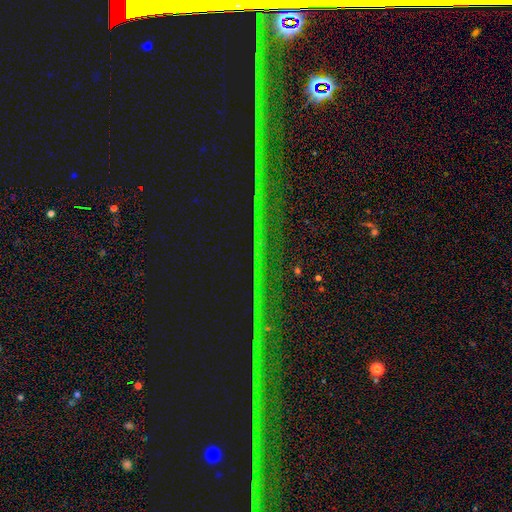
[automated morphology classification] smooth-or-featured: star or artifact: 82% | featured or disk: 12% | smooth: 7%